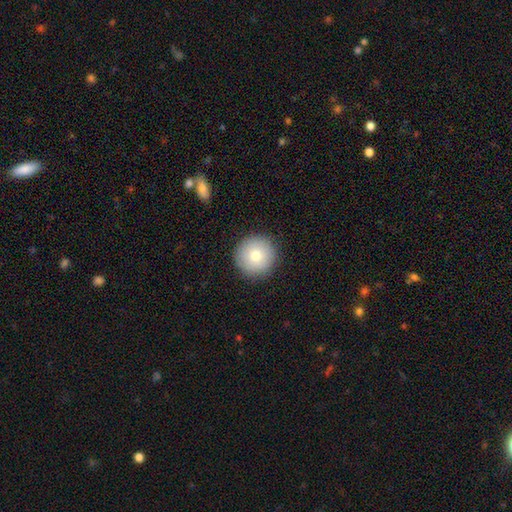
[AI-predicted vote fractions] Overall: smooth (79%). How rounded: round (96%). Merging: none (91%).